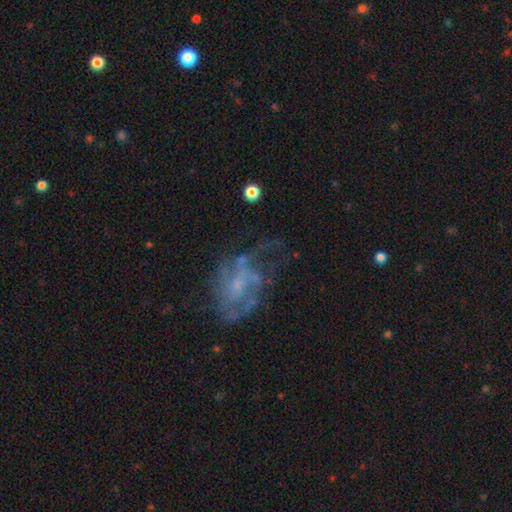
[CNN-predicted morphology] Smooth or featured: featured or disk — 57% (star or artifact — 26%)
Edge-on disk: no — 96% (yes — 4%)
Bar: no — 58% (weak — 33%)
Spiral arms: yes — 69% (no — 31%)
Bulge size: small — 57% (moderate — 20%)
Merging: none — 53% (major disturbance — 24%)